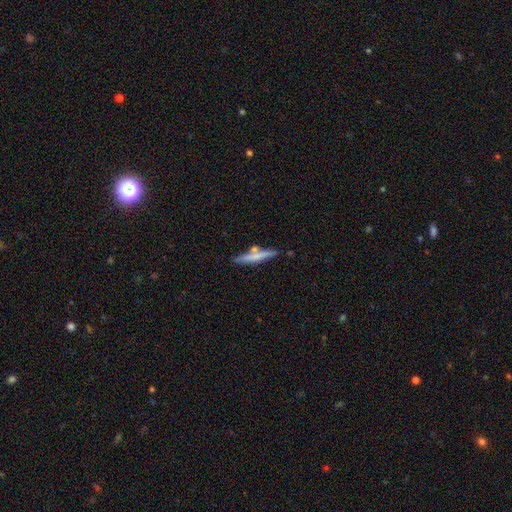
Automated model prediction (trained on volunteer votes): Smooth or featured?
  - smooth: 58% *
  - featured or disk: 36%
  - star or artifact: 6%
How rounded?
  - cigar-shaped: 91% *
  - in between: 7%
  - round: 2%
Merging?
  - none: 73% *
  - minor disturbance: 12%
  - merger: 12%
  - major disturbance: 3%